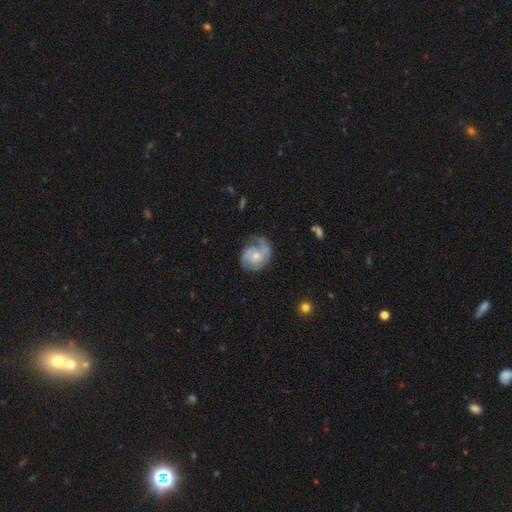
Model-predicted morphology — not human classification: The model was most divided on "spiral winding": medium: 45%, tight: 33%, loose: 22%. Remaining: edge-on disk — no (98%); spiral arms — yes (88%); smooth or featured — featured or disk (75%); bar — no (70%); merging — none (52%); bulge size — small (51%); spiral arm count — 2 (43%).